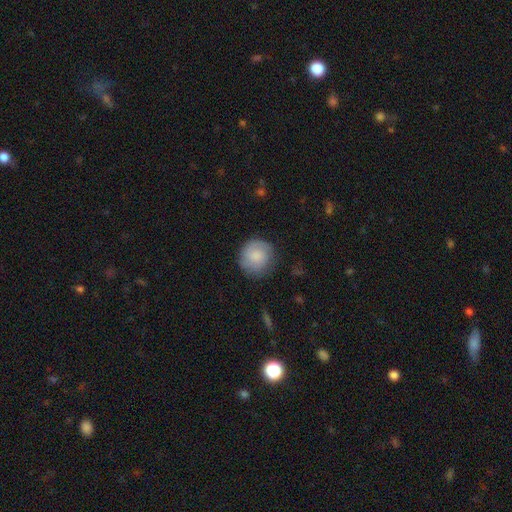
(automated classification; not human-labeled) Smooth or featured? Predicted: smooth (p=0.77). How rounded? Predicted: round (p=0.91). Merging? Predicted: none (p=0.77).